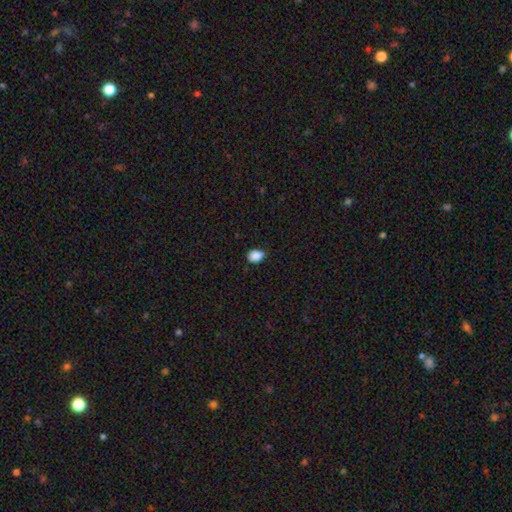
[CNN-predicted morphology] This appears to be a smooth galaxy with no disk features (88%) that is in between round and cigar-shaped (67%). Merging: none (74%).